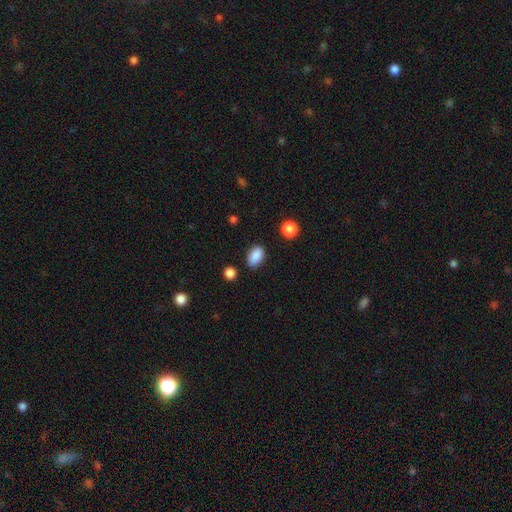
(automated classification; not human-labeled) Smooth or featured? Predicted: smooth (p=0.88). How rounded? Predicted: in between (p=0.87). Merging? Predicted: none (p=0.82).